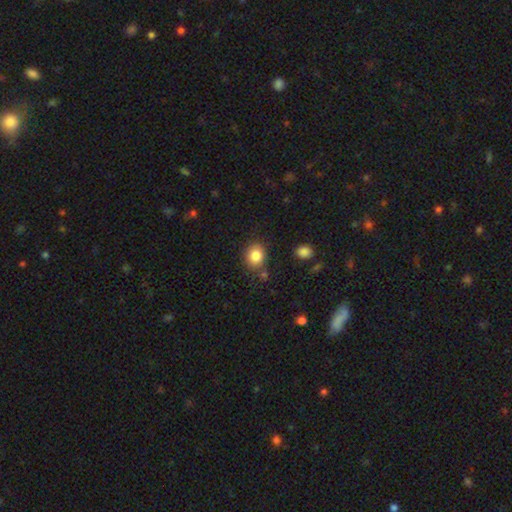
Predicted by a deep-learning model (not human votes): This appears to be a smooth galaxy with no disk features (84%) that is round (64%). Merging: none (79%).